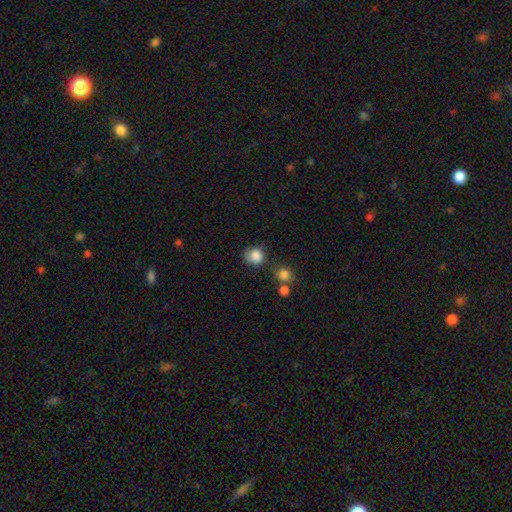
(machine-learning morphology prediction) A smooth galaxy with no disk features (85%) that is round (81%).

Vote fractions:
- Smooth or featured? smooth: 85% / star or artifact: 10% / featured or disk: 5%
- How rounded? round: 81% / in between: 18% / cigar-shaped: 1%
- Merging? none: 62% / minor disturbance: 22% / merger: 9% / major disturbance: 7%